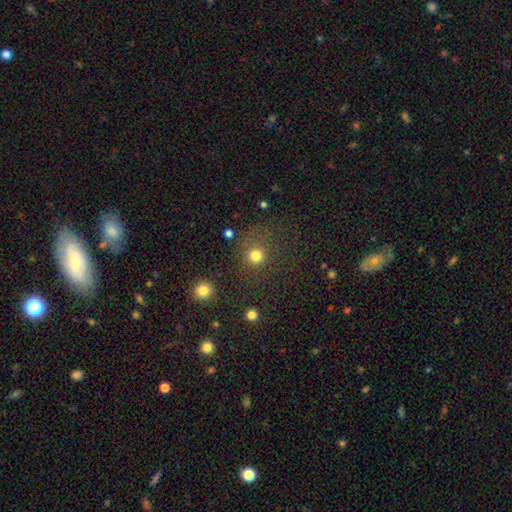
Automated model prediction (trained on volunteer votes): The model was most divided on "smooth or featured": smooth: 78%, star or artifact: 16%, featured or disk: 6%. More confident: how rounded — round (91%); merging — none (78%).